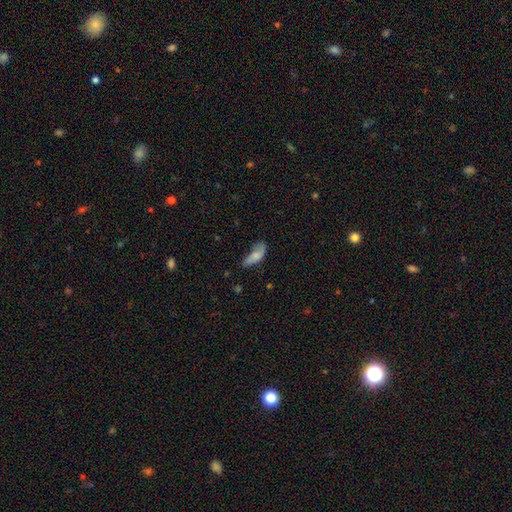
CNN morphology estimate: Smooth or featured: smooth — 74% (featured or disk — 18%)
How rounded: in between — 79% (cigar-shaped — 19%)
Merging: minor disturbance — 38% (tied with none — 38%)